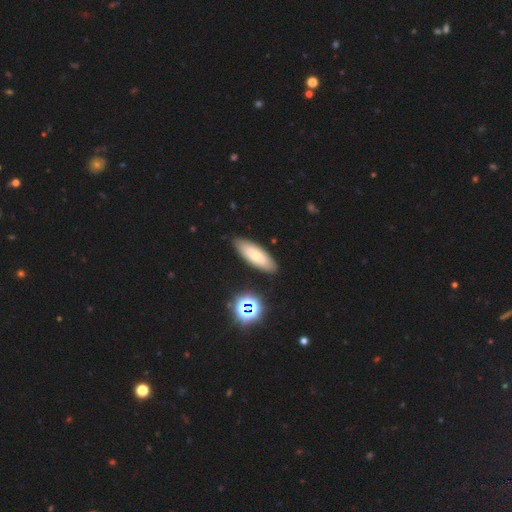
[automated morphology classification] Overall: smooth (69%). How rounded: in between (64%; cigar-shaped 34%). Merging: none (87%).